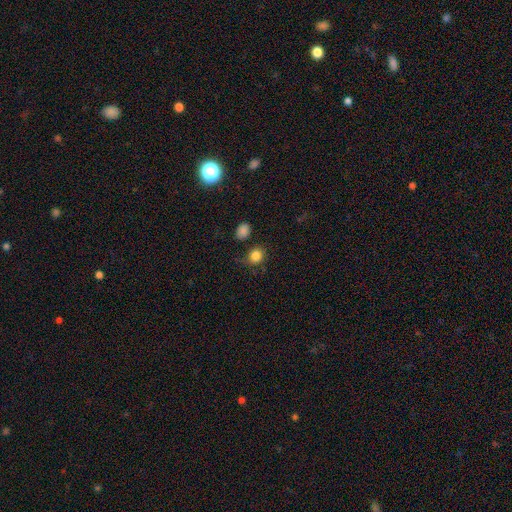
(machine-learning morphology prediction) smooth 83%, star or artifact 12%, featured or disk 6%. Down the decision tree: how rounded — round (80%); merging — none (72%).